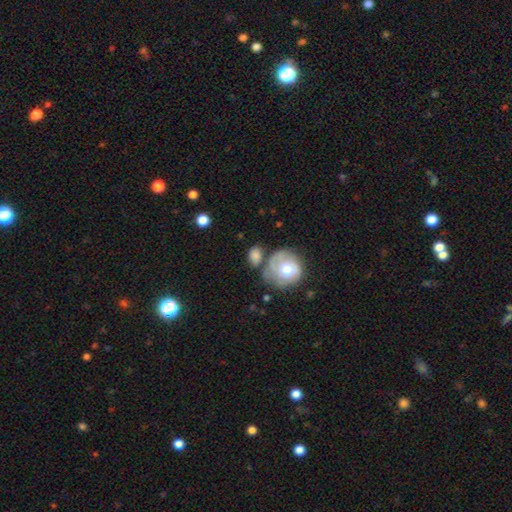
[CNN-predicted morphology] Overall: smooth (71%). How rounded: in between (50%; round 48%). Merging: none (53%; minor disturbance 21%).